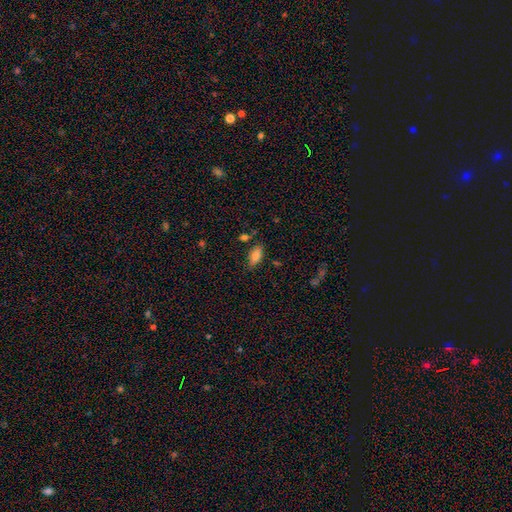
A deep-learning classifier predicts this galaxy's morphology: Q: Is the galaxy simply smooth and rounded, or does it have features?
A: smooth — 81%.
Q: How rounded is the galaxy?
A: in between — 87%.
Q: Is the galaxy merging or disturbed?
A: none — 76%.